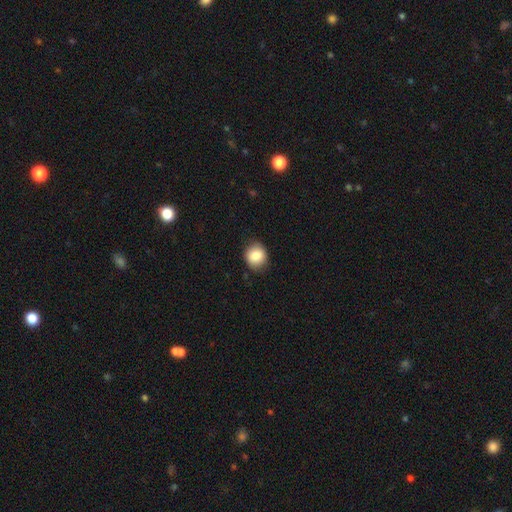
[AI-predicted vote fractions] A smooth galaxy with no disk features (84%) that is round (79%). Merging: none (83%).